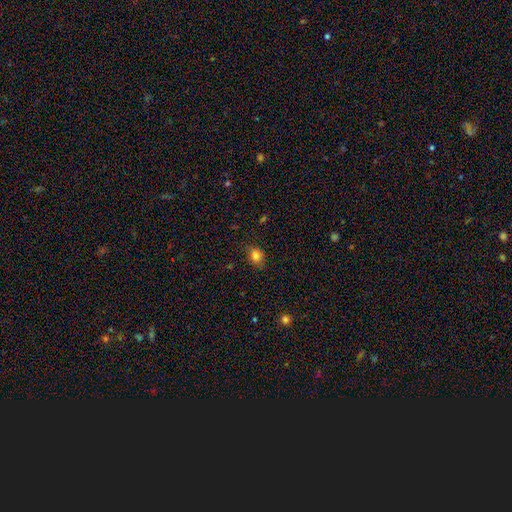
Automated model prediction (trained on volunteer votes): Overall: smooth (83%). How rounded: round (53%; in between 46%). Merging: none (76%).